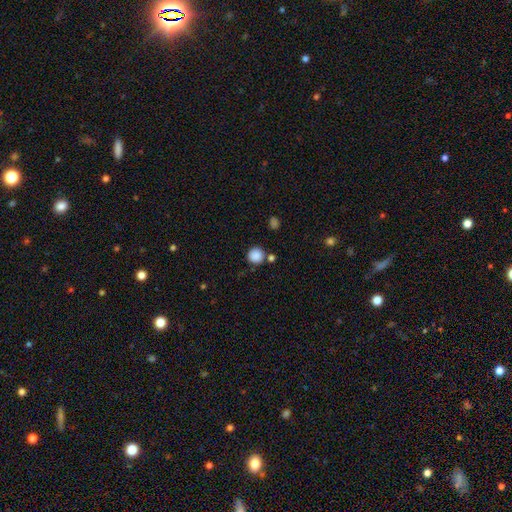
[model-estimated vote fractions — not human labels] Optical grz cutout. It shows a smooth galaxy with no disk features (87%) that is round (94%). Merging: none (80%).